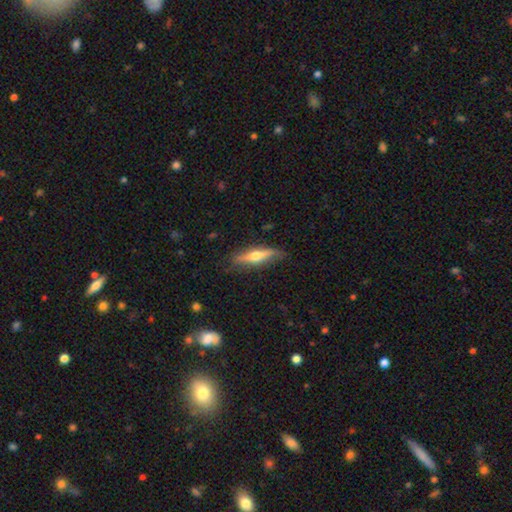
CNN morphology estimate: Smooth or featured? Predicted: featured or disk (p=0.58). Edge-on disk? Predicted: yes (p=0.92). Edge-on bulge? Predicted: rounded (p=0.93). Merging? Predicted: none (p=0.81).